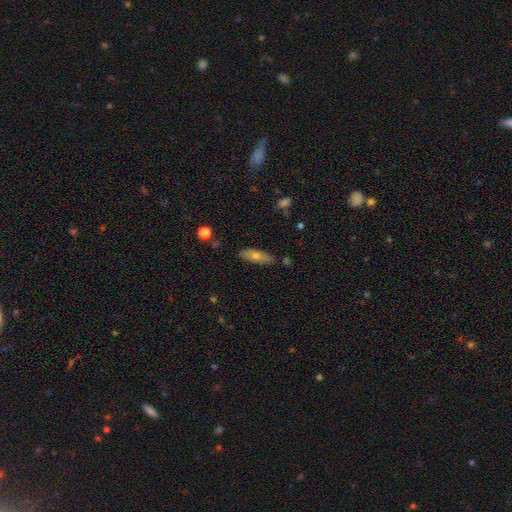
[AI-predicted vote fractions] This is possibly a smooth galaxy (57%). How rounded: possibly cigar-shaped (55%). Merging: clearly none (82%).